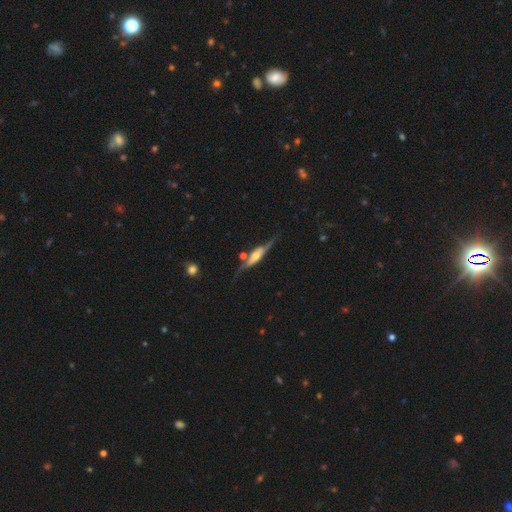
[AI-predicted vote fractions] This appears to be a featured or disk galaxy (79%) viewed edge-on (88%) with a rounded central bulge (76%). Merging: none (68%).